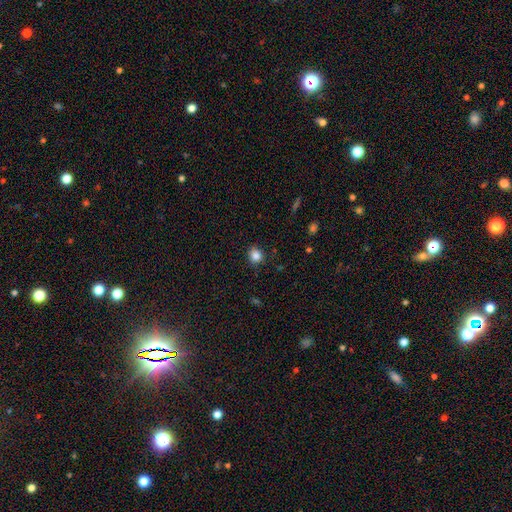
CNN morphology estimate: type=smooth (85%); roundness=round (77%); merging=none (87%).